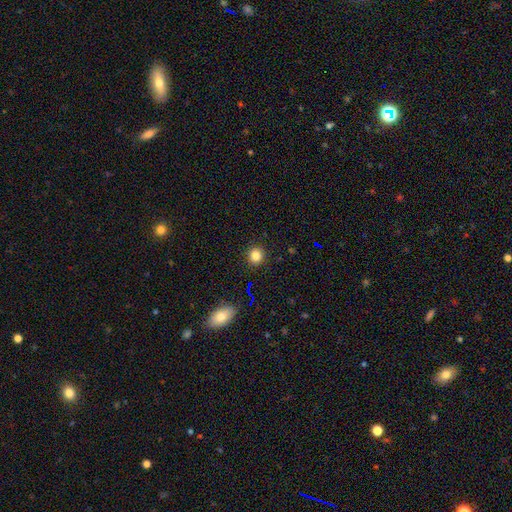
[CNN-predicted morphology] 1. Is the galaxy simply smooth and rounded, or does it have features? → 82% smooth, 13% star or artifact, 5% featured or disk.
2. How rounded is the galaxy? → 88% round, 11% in between, 1% cigar-shaped.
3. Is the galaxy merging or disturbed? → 91% none, 6% minor disturbance, 2% major disturbance, 1% merger.